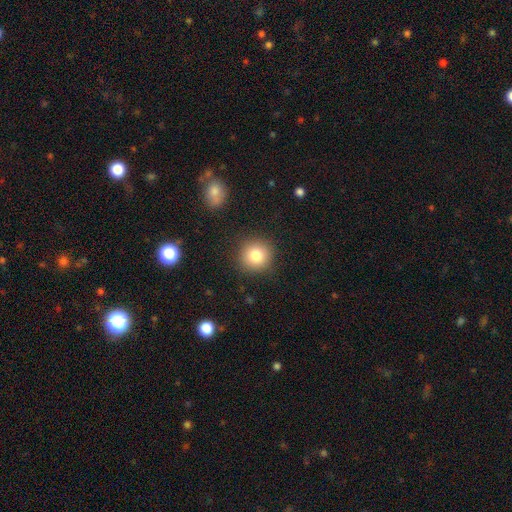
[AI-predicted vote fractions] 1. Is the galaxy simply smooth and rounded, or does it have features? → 82% smooth, 10% star or artifact, 8% featured or disk.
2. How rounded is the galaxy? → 93% round, 6% in between, 1% cigar-shaped.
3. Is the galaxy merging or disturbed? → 89% none, 7% minor disturbance, 2% major disturbance, 1% merger.